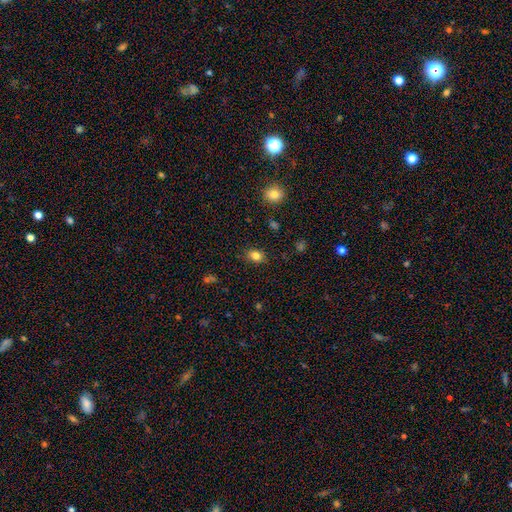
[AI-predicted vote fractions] The model was most divided on "how rounded": in between: 57%, round: 42%, cigar-shaped: 1%. More confident: merging — none (86%); smooth or featured — smooth (82%).